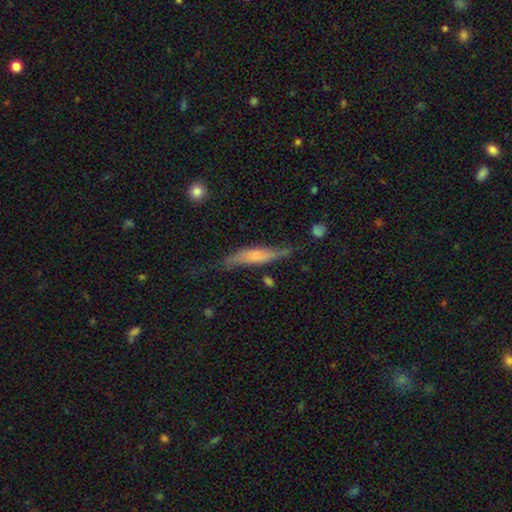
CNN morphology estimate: Smooth or featured?
  - smooth: 47% *
  - featured or disk: 46%
  - star or artifact: 7%
Merging?
  - none: 52% *
  - minor disturbance: 30%
  - major disturbance: 13%
  - merger: 4%